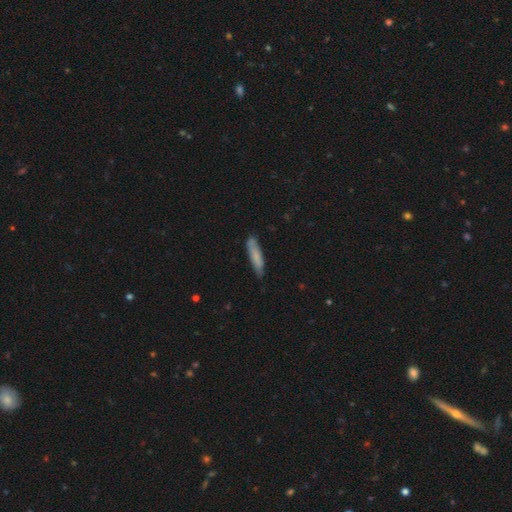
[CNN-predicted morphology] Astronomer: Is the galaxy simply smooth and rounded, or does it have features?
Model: smooth — 76%.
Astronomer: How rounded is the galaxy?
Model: cigar-shaped — 84%.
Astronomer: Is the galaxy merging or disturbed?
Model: none — 80%.